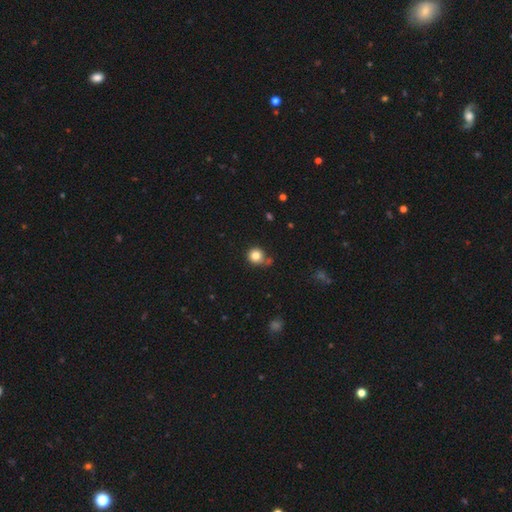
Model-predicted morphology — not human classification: This is clearly a smooth galaxy (82%). How rounded: clearly round (90%). Merging: likely none (68%).